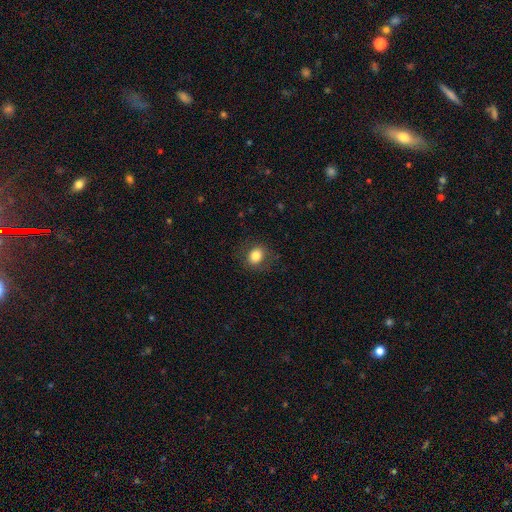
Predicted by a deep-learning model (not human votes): This appears to be a smooth galaxy with no disk features (82%) that is round (55%). Merging: none (82%).